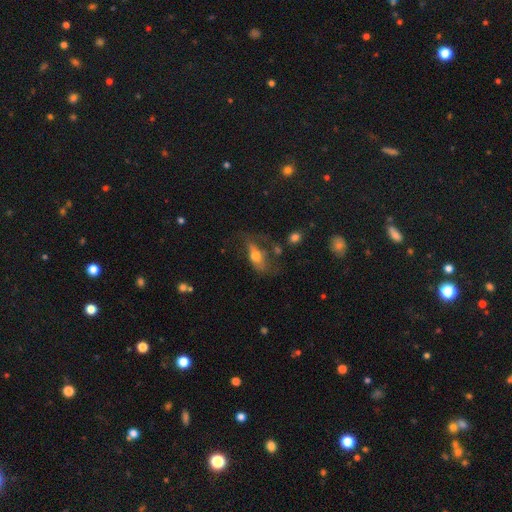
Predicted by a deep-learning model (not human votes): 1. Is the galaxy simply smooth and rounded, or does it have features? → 51% smooth, 40% featured or disk, 10% star or artifact.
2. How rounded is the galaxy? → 76% in between, 16% cigar-shaped, 7% round.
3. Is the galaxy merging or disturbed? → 36% major disturbance, 33% none, 23% minor disturbance, 8% merger.